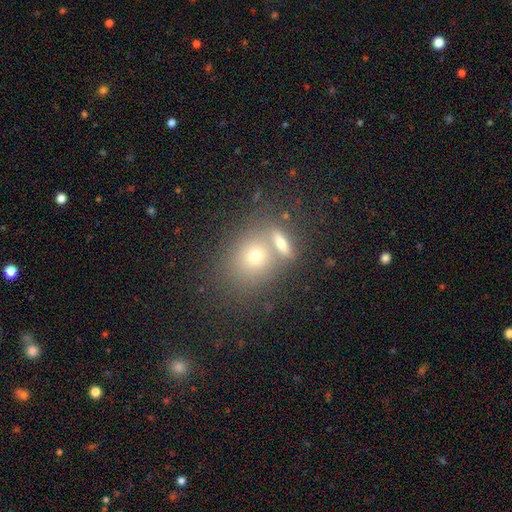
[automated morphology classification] Q: Smooth or featured?
A: smooth (62%); runner-up: featured or disk (20%)
Q: How rounded?
A: round (61%); runner-up: in between (36%)
Q: Merging?
A: merger (46%); runner-up: none (42%)